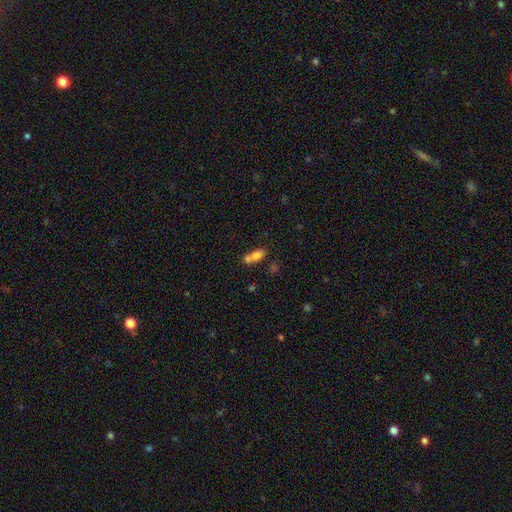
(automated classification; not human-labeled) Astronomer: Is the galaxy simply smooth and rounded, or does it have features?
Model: smooth — 71%.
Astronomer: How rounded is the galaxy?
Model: in between — 72%.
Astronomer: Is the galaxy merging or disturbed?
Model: merger — 62%.